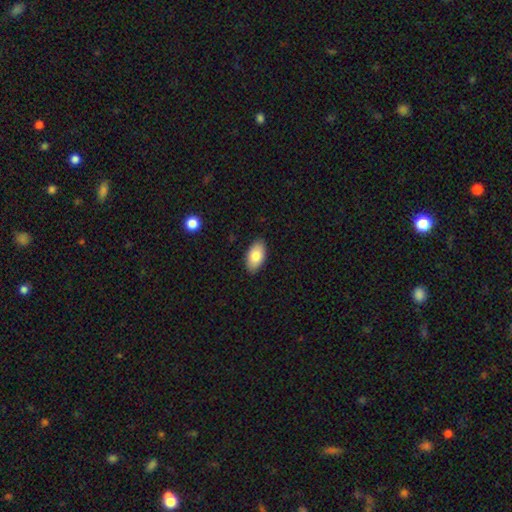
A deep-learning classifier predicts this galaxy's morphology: This appears to be a smooth galaxy with no disk features (81%) that is in between round and cigar-shaped (95%). Merging: none (88%).